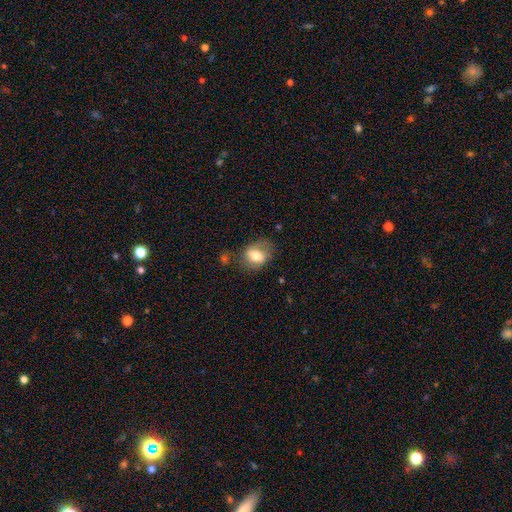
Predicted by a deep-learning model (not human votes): Morphology: type=smooth (62%); roundness=in between (67%); merging=none (58%).